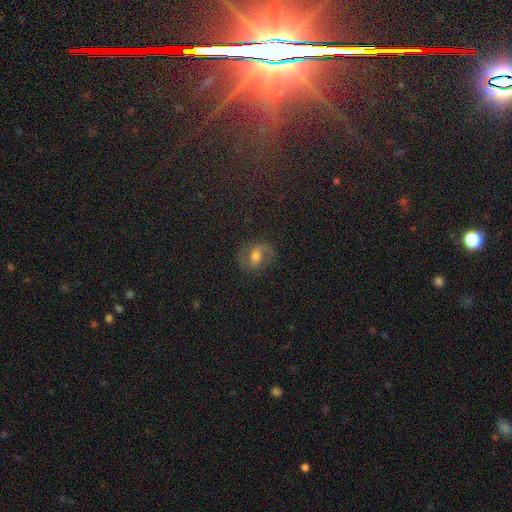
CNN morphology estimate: Smooth or featured? featured or disk (60%)
Edge-on disk? no (97%)
Bar? weak (46%)
Spiral arms? yes (87%)
Spiral winding? medium (51%)
Spiral arm count? 2 (86%)
Bulge size? moderate (65%)
Merging? none (76%)